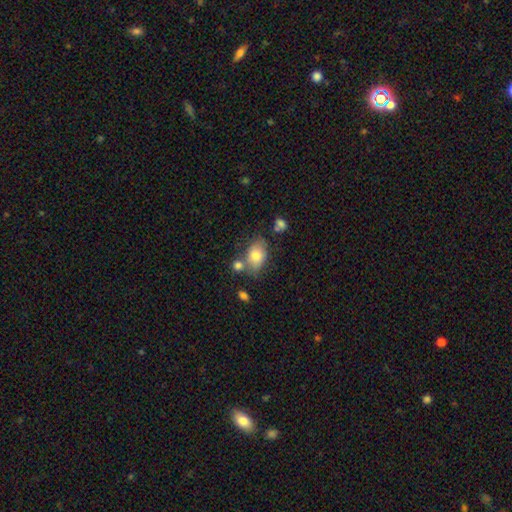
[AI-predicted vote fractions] This appears to be a smooth galaxy with no disk features (76%) that is in between round and cigar-shaped (81%). Merging: none (58%).